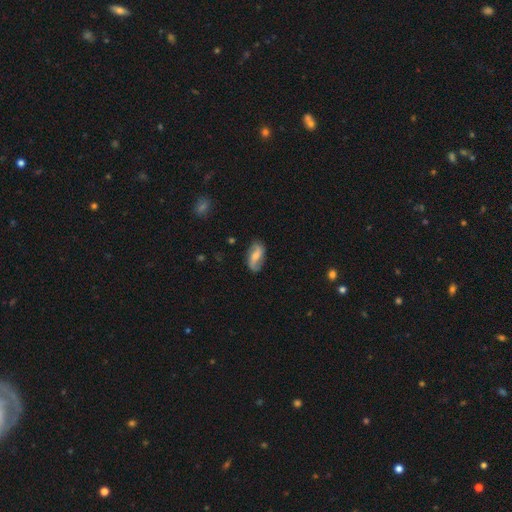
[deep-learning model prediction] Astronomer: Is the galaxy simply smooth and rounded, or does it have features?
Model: featured or disk — 58% (runner-up: smooth, 34%).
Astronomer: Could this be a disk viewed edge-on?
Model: no — 93%.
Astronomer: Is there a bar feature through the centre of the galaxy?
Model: weak — 43% (runner-up: no, 34%).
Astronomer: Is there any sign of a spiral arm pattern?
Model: yes — 89%.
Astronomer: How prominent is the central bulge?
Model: moderate — 45% (runner-up: small, 36%).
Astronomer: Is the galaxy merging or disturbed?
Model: none — 77%.